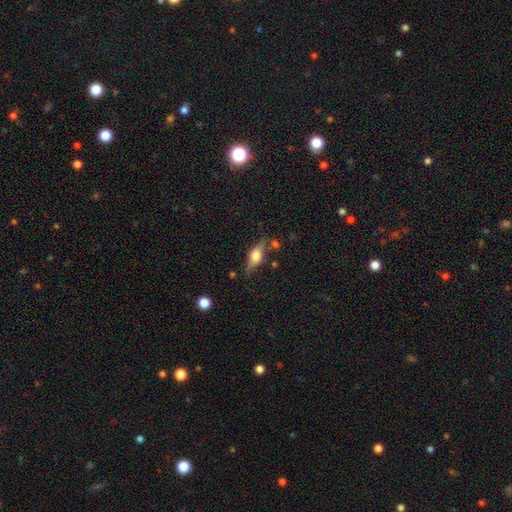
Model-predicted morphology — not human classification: Smooth or featured?
  - featured or disk: 52% *
  - smooth: 40%
  - star or artifact: 8%
Edge-on disk?
  - yes: 89% *
  - no: 11%
Merging?
  - none: 70% *
  - minor disturbance: 19%
  - merger: 6%
  - major disturbance: 6%